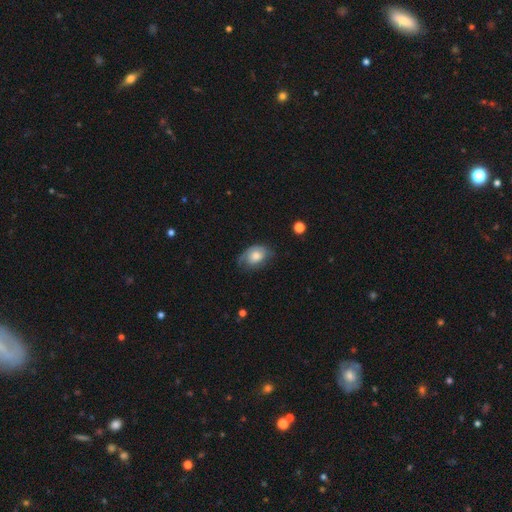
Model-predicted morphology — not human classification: Overall: smooth (47%; featured or disk 46%). Merging: none (53%; minor disturbance 29%).